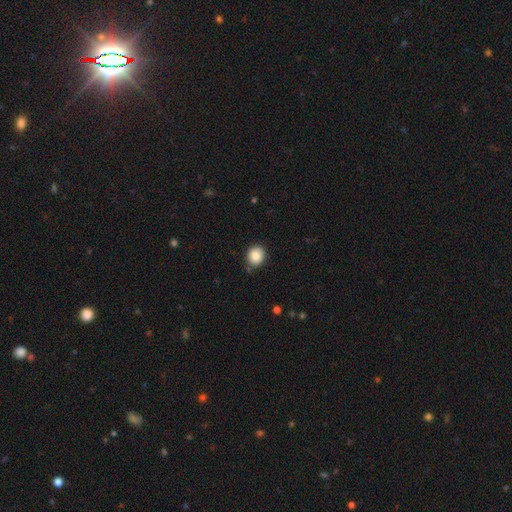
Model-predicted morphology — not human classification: This is clearly a smooth galaxy (87%). How rounded: likely round (77%). Merging: clearly none (81%).